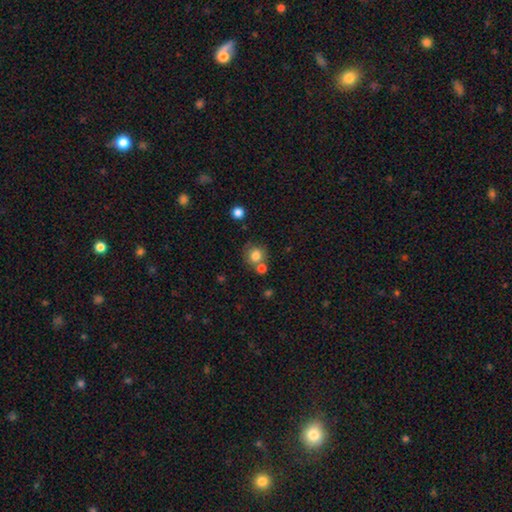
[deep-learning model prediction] smooth 80%, star or artifact 11%, featured or disk 9%. Down the decision tree: how rounded — round (85%); merging — none (60%).